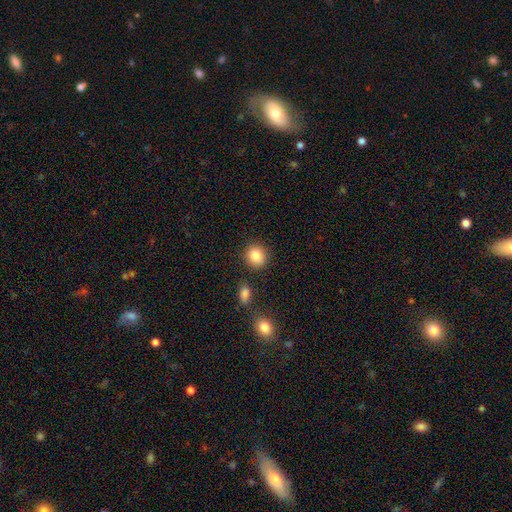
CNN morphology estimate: Smooth or featured? Predicted: smooth (p=0.86). How rounded? Predicted: round (p=0.84). Merging? Predicted: none (p=0.86).